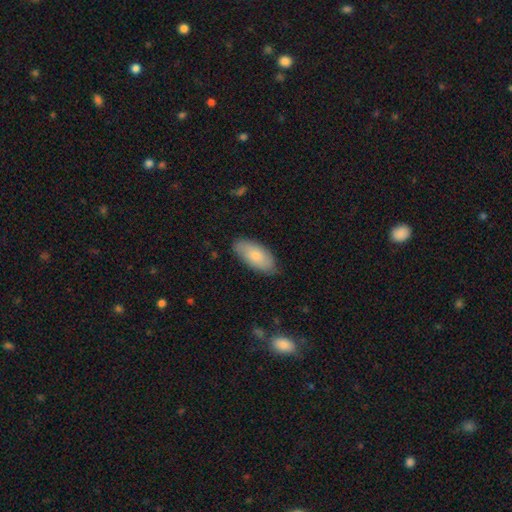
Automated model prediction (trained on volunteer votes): Smooth or featured? smooth (76%)
How rounded? in between (90%)
Merging? none (80%)